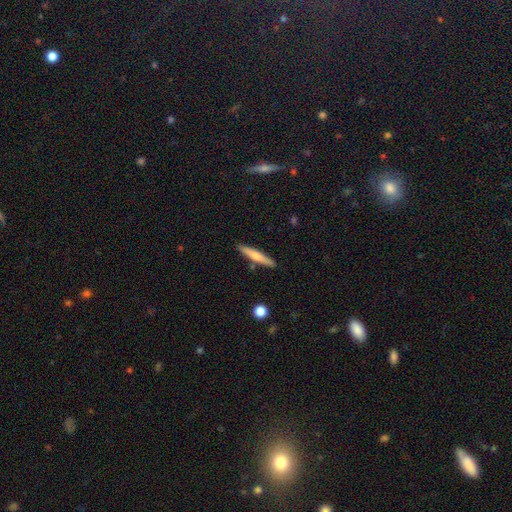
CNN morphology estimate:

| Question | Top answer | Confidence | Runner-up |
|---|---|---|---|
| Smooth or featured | smooth | 62% | featured or disk (33%) |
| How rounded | cigar-shaped | 93% | in between (6%) |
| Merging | none | 87% | minor disturbance (8%) |